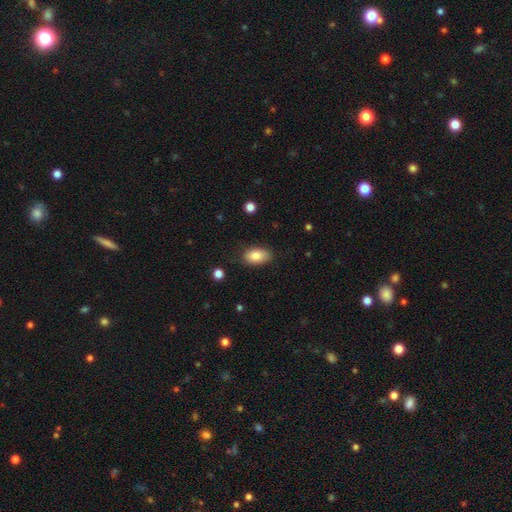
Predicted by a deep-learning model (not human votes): Morphology: type=smooth (84%); roundness=in between (92%); merging=none (77%).